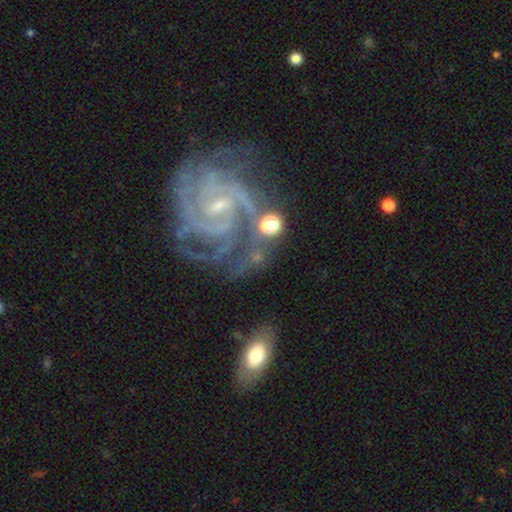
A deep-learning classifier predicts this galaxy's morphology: A featured or disk galaxy (79%) with a weak bar (44%), 3 (30%) tight (61%) spiral arms (96%) and a small central bulge (68%). Merging: none (60%).